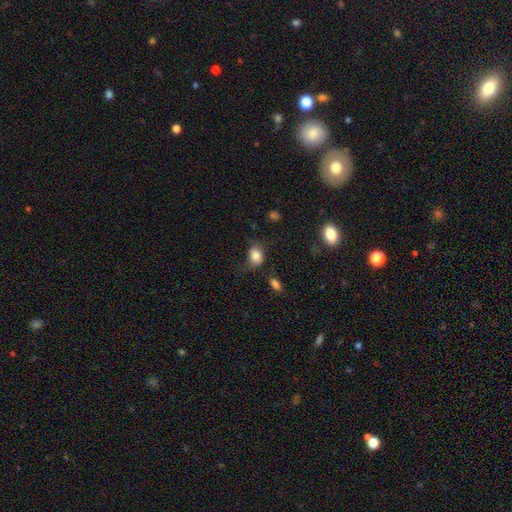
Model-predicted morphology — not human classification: Smooth or featured: smooth — 84% (star or artifact — 9%)
How rounded: in between — 66% (round — 33%)
Merging: none — 62% (minor disturbance — 24%)